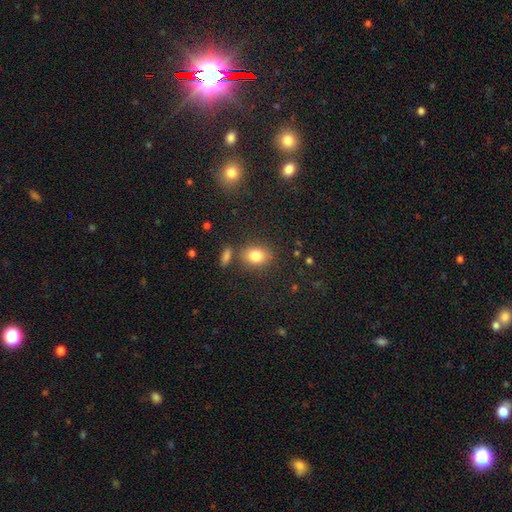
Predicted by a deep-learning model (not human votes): Q: Smooth or featured?
A: smooth (81%); runner-up: star or artifact (11%)
Q: How rounded?
A: in between (62%); runner-up: round (37%)
Q: Merging?
A: none (75%); runner-up: minor disturbance (13%)